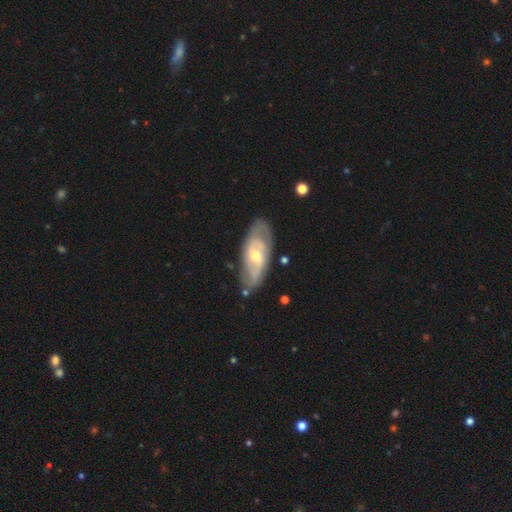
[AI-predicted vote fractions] smooth_or_featured: featured or disk (p=0.74) [alt: smooth p=0.21]
disk_edge_on: no (p=0.89) [alt: yes p=0.11]
bar: no (p=0.52) [alt: weak p=0.38]
has_spiral_arms: yes (p=0.79) [alt: no p=0.21]
spiral_winding: tight (p=0.49) [alt: medium p=0.36]
spiral_arm_count: 2 (p=0.51) [alt: can't tell p=0.35]
bulge_size: moderate (p=0.50) [alt: small p=0.46]
merging: none (p=0.75) [alt: minor disturbance p=0.18]